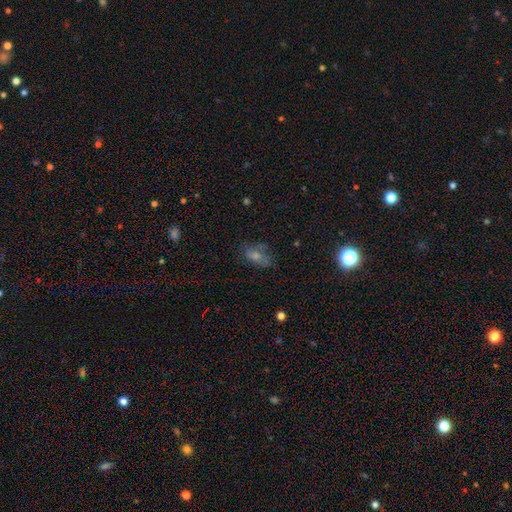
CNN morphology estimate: type=smooth (39%); merging=none (66%).